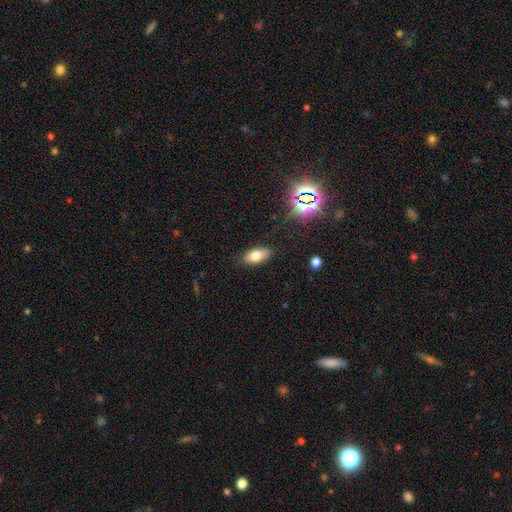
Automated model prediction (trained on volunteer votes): Q: Smooth or featured?
A: smooth (73%); runner-up: featured or disk (16%)
Q: How rounded?
A: in between (86%); runner-up: cigar-shaped (9%)
Q: Merging?
A: none (83%); runner-up: minor disturbance (12%)